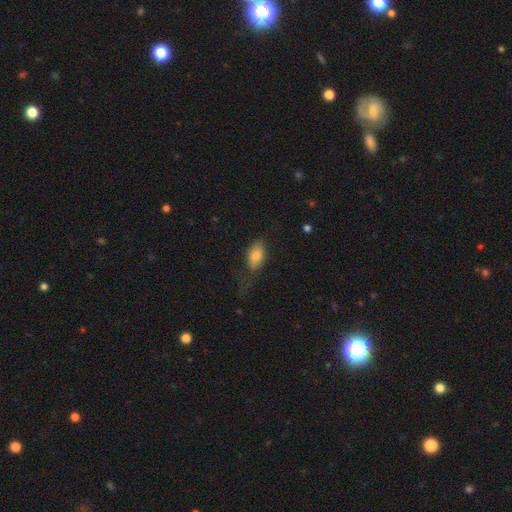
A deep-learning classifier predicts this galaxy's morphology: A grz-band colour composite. It shows a smooth galaxy with no disk features (80%) that is in between round and cigar-shaped (91%). Merging: none (52%).